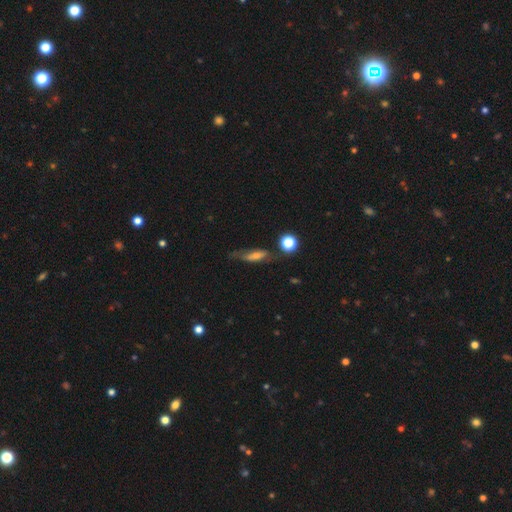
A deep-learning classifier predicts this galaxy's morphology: This is possibly a smooth galaxy (49%). Merging: possibly none (52%).